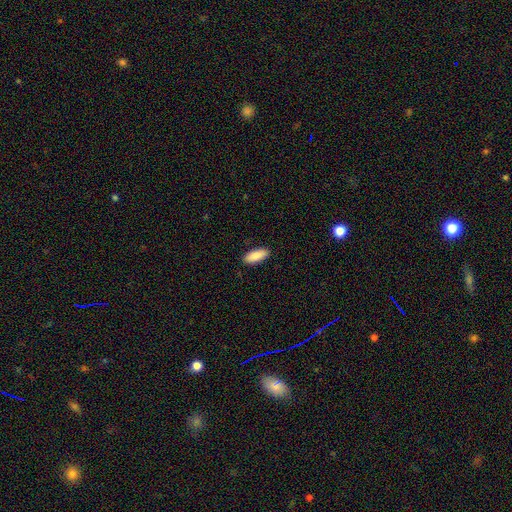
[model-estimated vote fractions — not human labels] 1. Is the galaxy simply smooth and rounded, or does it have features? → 90% smooth, 6% star or artifact, 4% featured or disk.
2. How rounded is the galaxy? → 79% in between, 19% cigar-shaped, 2% round.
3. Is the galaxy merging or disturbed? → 90% none, 8% minor disturbance, 2% major disturbance, 1% merger.